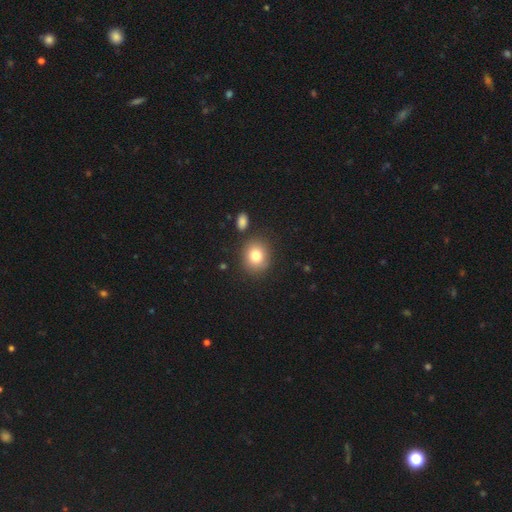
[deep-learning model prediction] Smooth or featured? Predicted: smooth (p=0.80). How rounded? Predicted: round (p=0.72). Merging? Predicted: none (p=0.83).